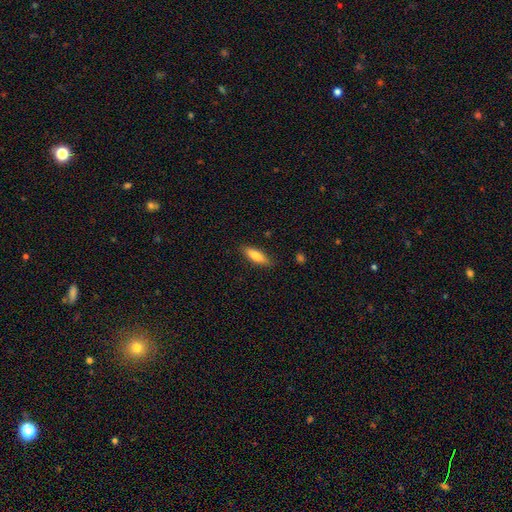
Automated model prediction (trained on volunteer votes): smooth_or_featured: smooth (p=0.74) [alt: featured or disk p=0.19]
how_rounded: in between (p=0.49) [tied with: cigar-shaped p=0.49]
merging: none (p=0.85) [alt: minor disturbance p=0.12]